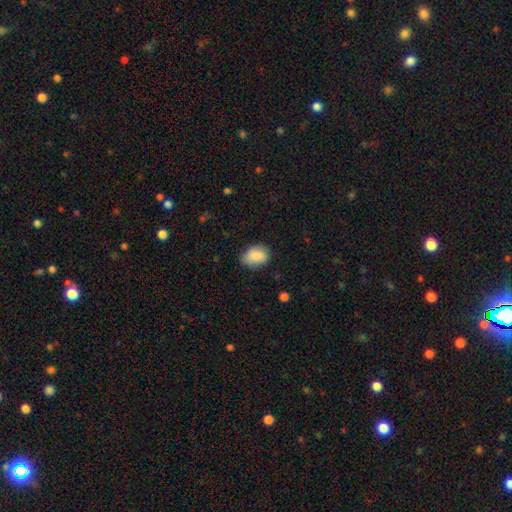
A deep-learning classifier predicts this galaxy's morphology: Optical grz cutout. It shows a smooth galaxy with no disk features (88%) that is in between round and cigar-shaped (77%). Merging: none (73%).